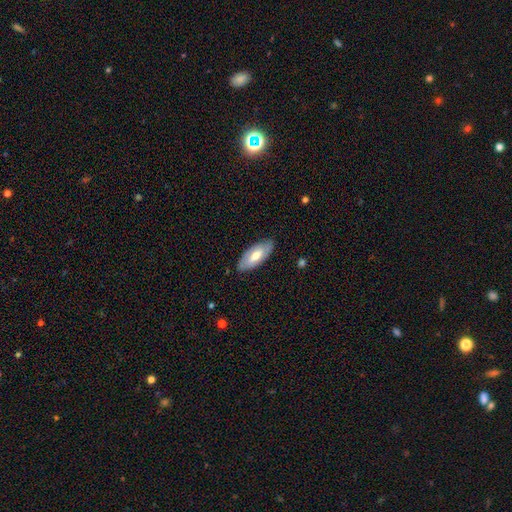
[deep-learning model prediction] smooth 51%, featured or disk 44%, star or artifact 5%. Down the decision tree: how rounded — in between (86%); merging — none (83%).